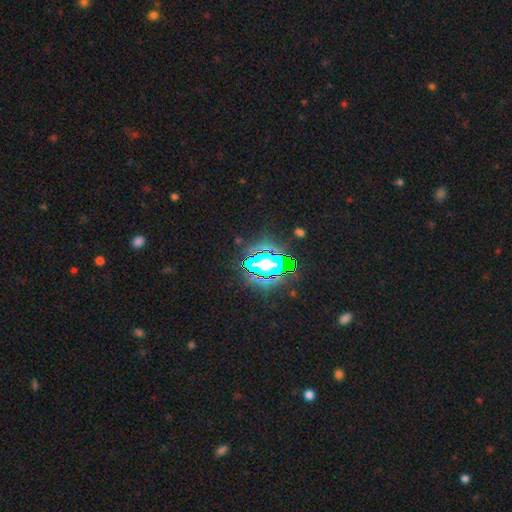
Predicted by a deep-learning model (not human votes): star or artifact 76%, smooth 14%, featured or disk 11%.